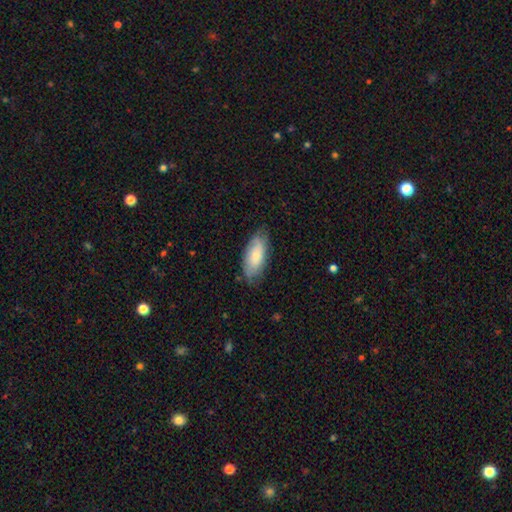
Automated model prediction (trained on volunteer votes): smooth_or_featured: smooth (p=0.68) [alt: featured or disk p=0.26]
how_rounded: in between (p=0.85) [alt: cigar-shaped p=0.13]
merging: none (p=0.74) [alt: minor disturbance p=0.21]